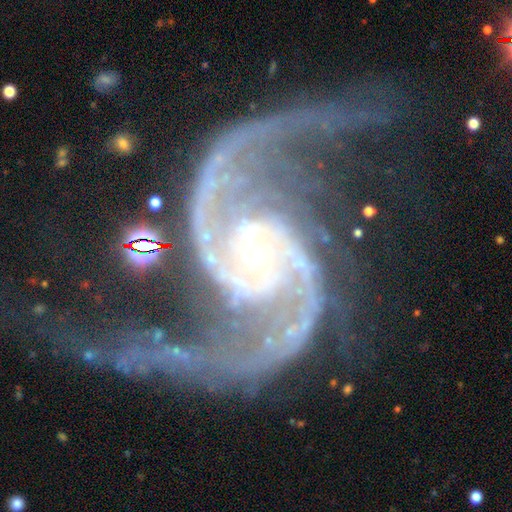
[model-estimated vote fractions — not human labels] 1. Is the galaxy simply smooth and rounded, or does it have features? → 94% featured or disk, 4% star or artifact, 2% smooth.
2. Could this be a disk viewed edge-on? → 98% no, 2% yes.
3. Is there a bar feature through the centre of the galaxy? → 58% no, 29% weak, 14% strong.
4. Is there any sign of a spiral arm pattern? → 99% yes, 1% no.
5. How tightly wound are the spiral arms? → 46% loose, 41% medium, 13% tight.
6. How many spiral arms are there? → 92% 2, 2% 3, 2% can't tell, 2% 1, 1% 4, 1% more than 4.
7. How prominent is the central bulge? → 75% small, 20% moderate, 2% none, 2% large, 1% dominant.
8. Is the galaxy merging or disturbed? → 51% none, 26% major disturbance, 16% minor disturbance, 7% merger.